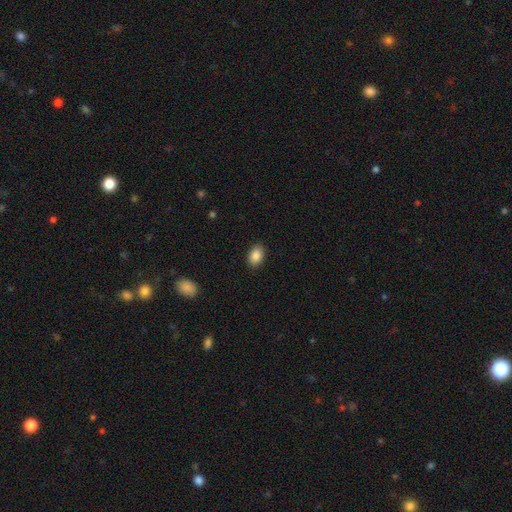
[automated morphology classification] type=smooth (88%); roundness=in between (82%); merging=none (88%).